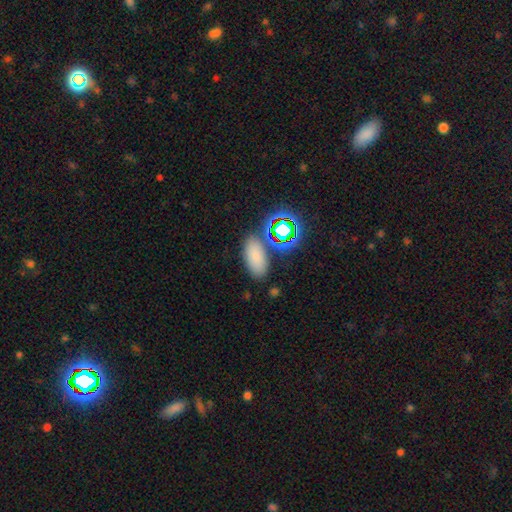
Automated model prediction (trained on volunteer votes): This appears to be a smooth galaxy with no disk features (71%) that is in between round and cigar-shaped (88%). Merging: none (78%).